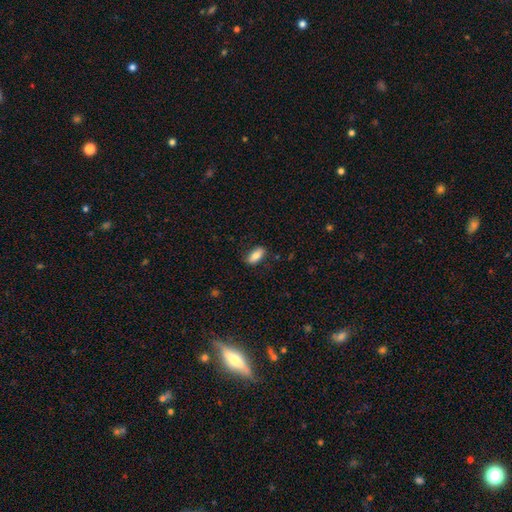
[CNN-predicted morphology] Smooth or featured: smooth — 82% (featured or disk — 11%)
How rounded: in between — 83% (cigar-shaped — 14%)
Merging: none — 83% (minor disturbance — 13%)